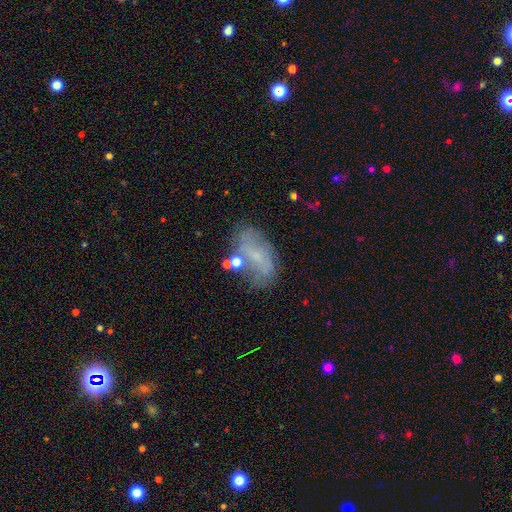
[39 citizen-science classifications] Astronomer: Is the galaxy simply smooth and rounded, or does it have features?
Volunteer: smooth — 54% (runner-up: featured or disk, 36%).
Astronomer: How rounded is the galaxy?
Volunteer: in between — 95%.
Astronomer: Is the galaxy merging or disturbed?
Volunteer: none — 49% (runner-up: minor disturbance, 29%).